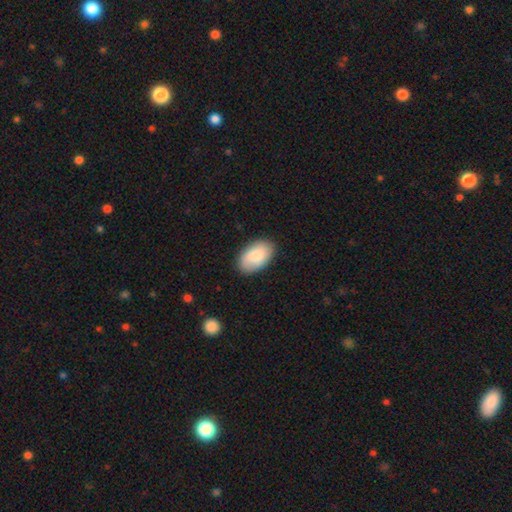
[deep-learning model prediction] A smooth galaxy with no disk features (80%) that is in between round and cigar-shaped (94%).

Vote fractions:
- Smooth or featured? smooth: 80% / featured or disk: 14% / star or artifact: 6%
- How rounded? in between: 94% / round: 5% / cigar-shaped: 1%
- Merging? none: 85% / minor disturbance: 11% / major disturbance: 2% / merger: 1%